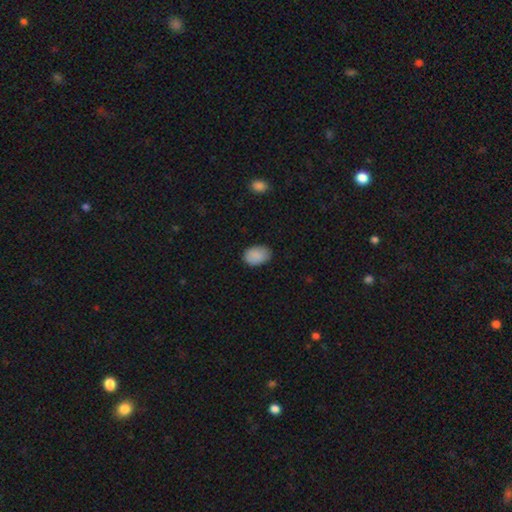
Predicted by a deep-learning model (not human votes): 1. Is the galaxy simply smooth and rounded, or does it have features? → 88% smooth, 7% star or artifact, 4% featured or disk.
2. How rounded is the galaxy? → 83% in between, 16% round, 1% cigar-shaped.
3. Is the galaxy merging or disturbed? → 82% none, 14% minor disturbance, 3% major disturbance, 1% merger.